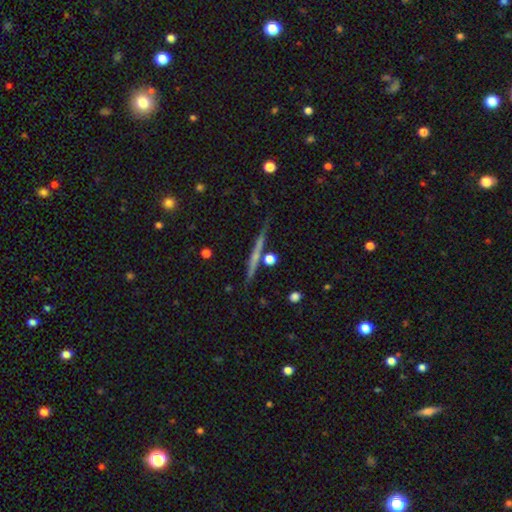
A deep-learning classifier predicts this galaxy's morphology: A featured or disk galaxy (59%) viewed edge-on (97%) with no central bulge (64%). Merging: none (83%).